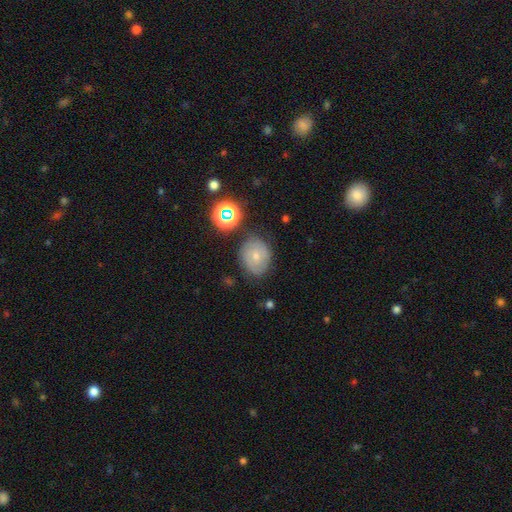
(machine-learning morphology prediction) This is possibly a featured or disk galaxy (50%). It is clearly not viewed edge-on (96%). Merging: likely none (72%).